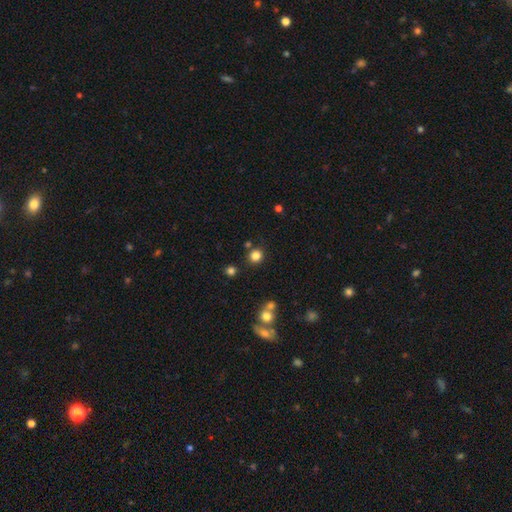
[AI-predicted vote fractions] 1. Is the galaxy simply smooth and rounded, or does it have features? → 81% smooth, 14% star or artifact, 5% featured or disk.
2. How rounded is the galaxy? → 90% round, 9% in between, 1% cigar-shaped.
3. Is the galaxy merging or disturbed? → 83% none, 7% minor disturbance, 7% merger, 3% major disturbance.